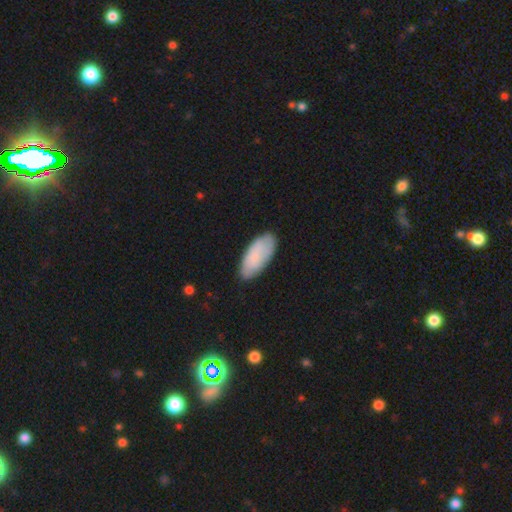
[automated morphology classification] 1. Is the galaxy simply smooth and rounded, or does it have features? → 77% smooth, 17% featured or disk, 6% star or artifact.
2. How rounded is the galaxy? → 87% in between, 11% cigar-shaped, 2% round.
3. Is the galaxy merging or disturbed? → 79% none, 17% minor disturbance, 3% major disturbance, 1% merger.